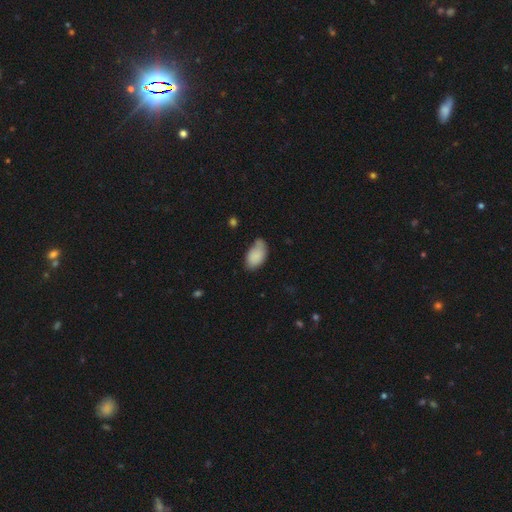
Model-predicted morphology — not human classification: This appears to be a smooth galaxy with no disk features (85%) that is in between round and cigar-shaped (94%). Merging: none (51%).